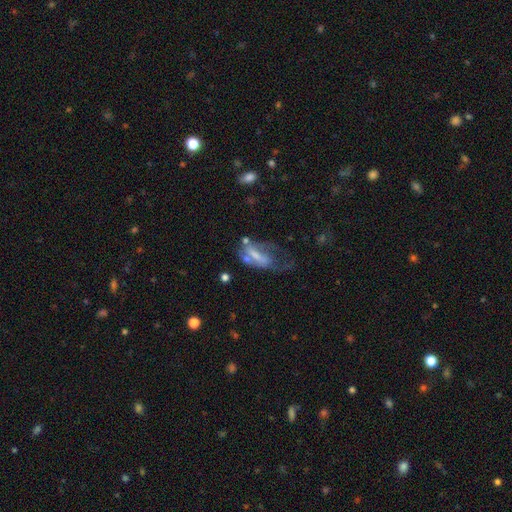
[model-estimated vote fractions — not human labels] Morphology: type=featured or disk (51%); edge-on=no (89%); merging=major disturbance (50%).